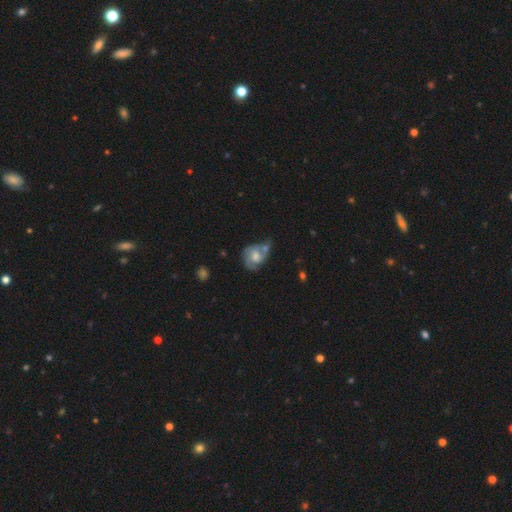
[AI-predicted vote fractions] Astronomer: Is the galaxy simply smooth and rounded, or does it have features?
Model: featured or disk — 60%.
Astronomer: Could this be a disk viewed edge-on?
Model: no — 97%.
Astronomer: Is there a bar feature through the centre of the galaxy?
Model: no — 59% (runner-up: weak, 35%).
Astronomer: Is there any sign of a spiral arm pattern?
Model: yes — 81%.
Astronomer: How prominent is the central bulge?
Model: moderate — 59%.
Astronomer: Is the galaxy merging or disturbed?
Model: merger — 32%, tied with none at 32%.